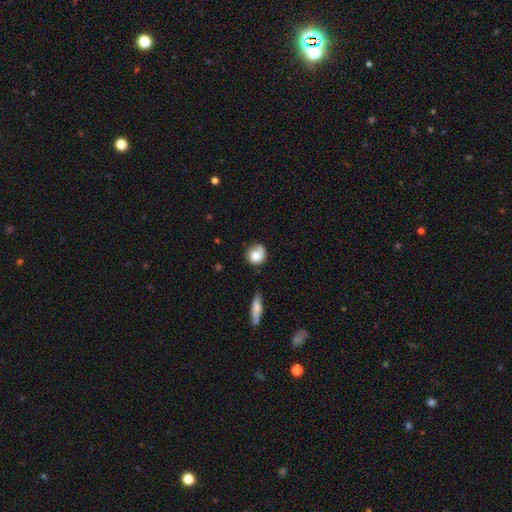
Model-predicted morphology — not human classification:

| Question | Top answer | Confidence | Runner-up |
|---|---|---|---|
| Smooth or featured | smooth | 74% | featured or disk (18%) |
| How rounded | round | 84% | in between (15%) |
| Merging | none | 58% | minor disturbance (28%) |